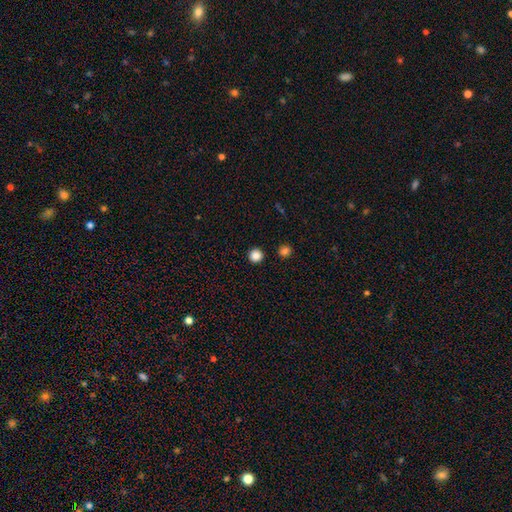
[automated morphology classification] Smooth or featured?
  - smooth: 85% *
  - star or artifact: 12%
  - featured or disk: 3%
How rounded?
  - round: 96% *
  - in between: 4%
  - cigar-shaped: 1%
Merging?
  - none: 92% *
  - minor disturbance: 4%
  - merger: 2%
  - major disturbance: 2%